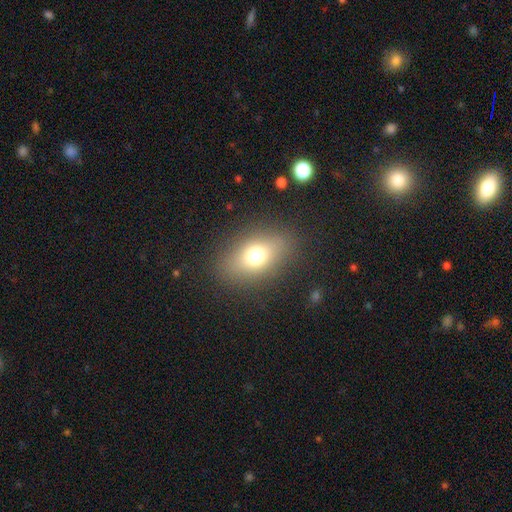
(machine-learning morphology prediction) The model was most divided on "how rounded": in between: 75%, round: 22%, cigar-shaped: 3%. More confident: merging — none (84%); smooth or featured — smooth (70%).